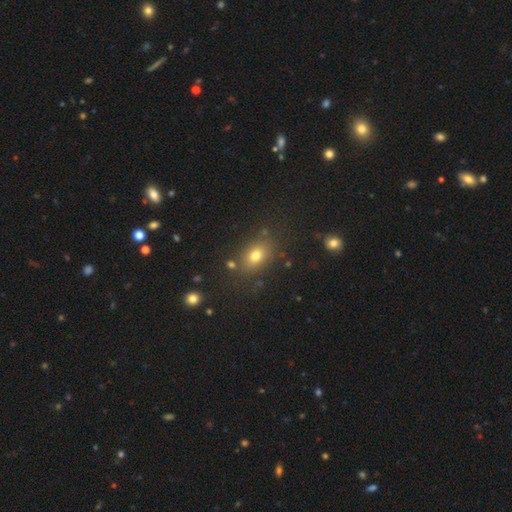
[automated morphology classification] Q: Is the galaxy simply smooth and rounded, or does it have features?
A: smooth — 75%.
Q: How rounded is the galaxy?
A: in between — 71%.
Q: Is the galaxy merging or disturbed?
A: none — 79%.